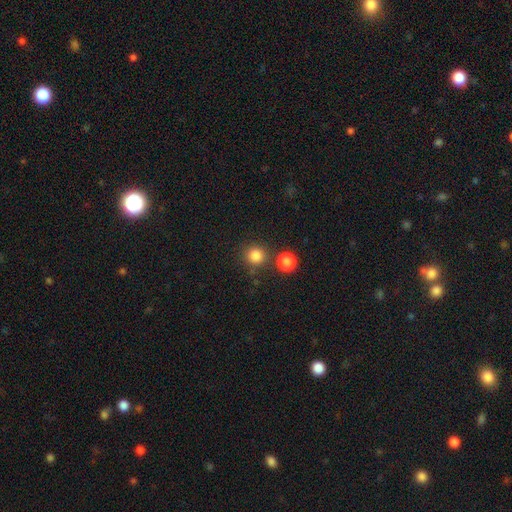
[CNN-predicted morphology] type=smooth (83%); roundness=round (92%); merging=none (79%).